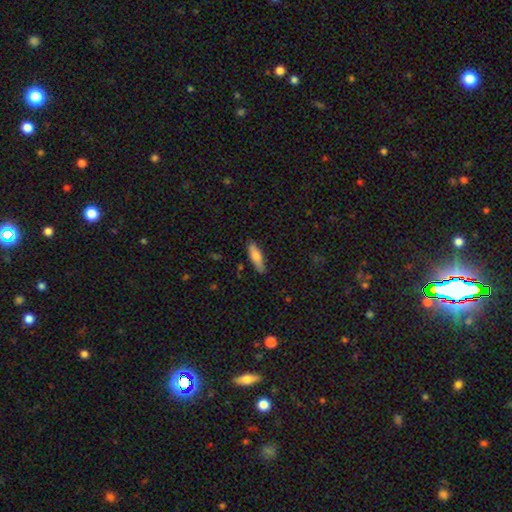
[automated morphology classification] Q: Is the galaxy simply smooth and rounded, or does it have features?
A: smooth — 77%.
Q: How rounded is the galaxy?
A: cigar-shaped — 54%.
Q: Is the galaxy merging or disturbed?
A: none — 82%.